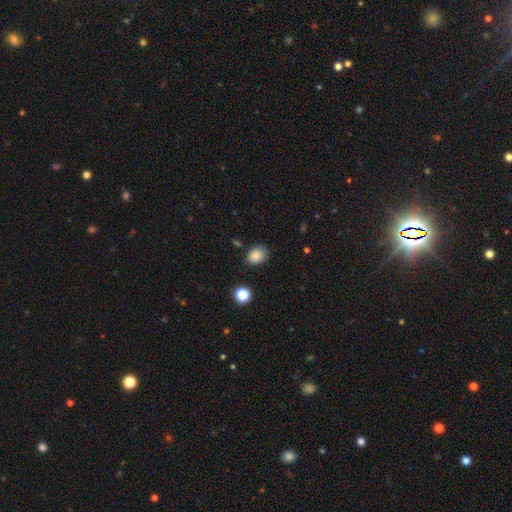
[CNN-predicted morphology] A smooth galaxy with no disk features (83%) that is in between round and cigar-shaped (57%). Merging: none (78%).